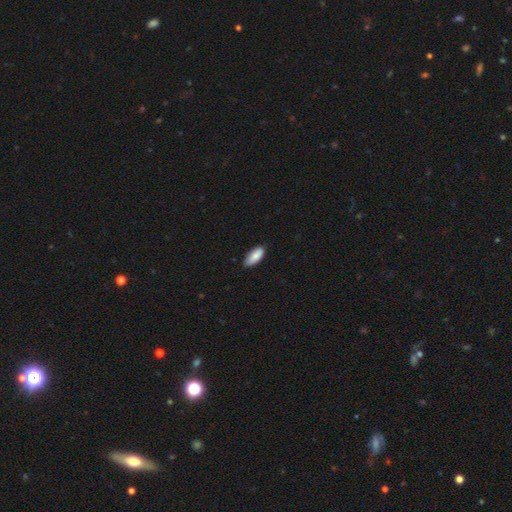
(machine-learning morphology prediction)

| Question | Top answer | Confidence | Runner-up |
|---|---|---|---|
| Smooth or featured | smooth | 86% | featured or disk (9%) |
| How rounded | in between | 83% | cigar-shaped (15%) |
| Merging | none | 83% | minor disturbance (14%) |